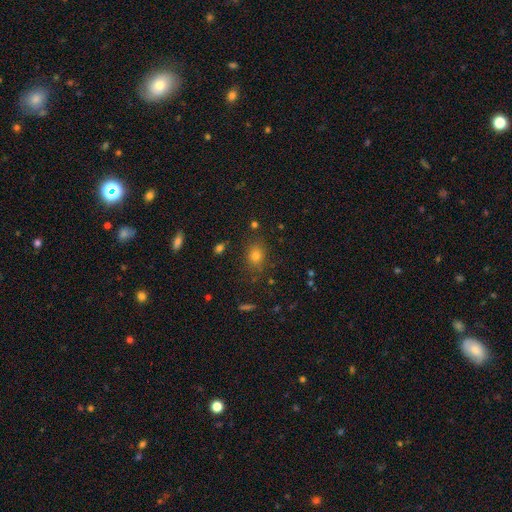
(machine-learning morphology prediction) Smooth or featured?
  - smooth: 72% *
  - star or artifact: 20%
  - featured or disk: 8%
How rounded?
  - round: 50% *
  - in between: 49%
  - cigar-shaped: 2%
Merging?
  - none: 82% *
  - minor disturbance: 11%
  - major disturbance: 4%
  - merger: 3%